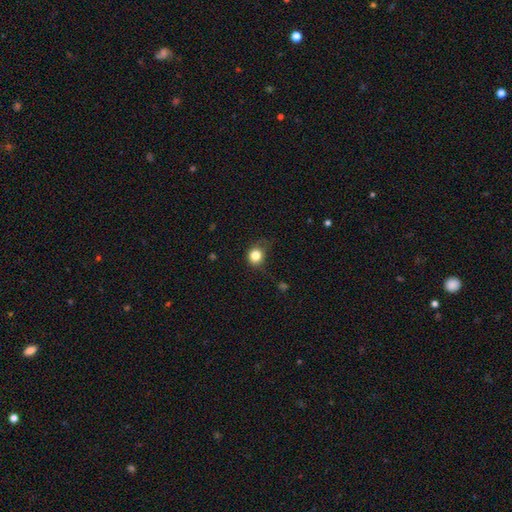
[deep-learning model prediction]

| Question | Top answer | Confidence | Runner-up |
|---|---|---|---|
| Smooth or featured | smooth | 82% | star or artifact (11%) |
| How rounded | round | 80% | in between (19%) |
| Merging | none | 64% | minor disturbance (25%) |